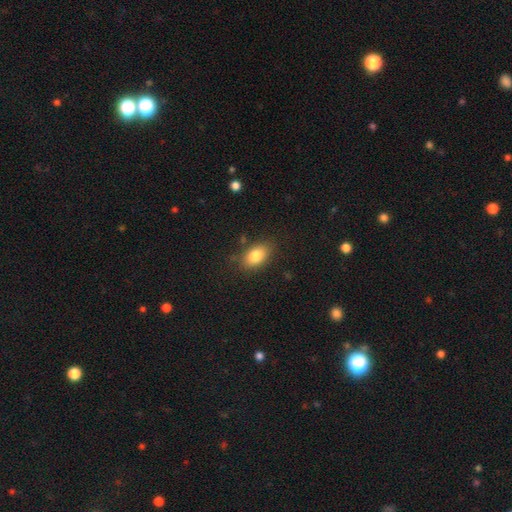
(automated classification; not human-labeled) A smooth galaxy with no disk features (82%) that is in between round and cigar-shaped (87%). Merging: none (82%).